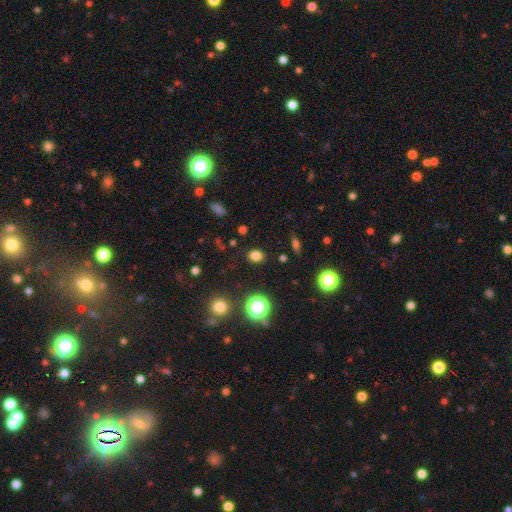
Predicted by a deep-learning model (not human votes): Smooth or featured: smooth — 77% (star or artifact — 17%)
How rounded: in between — 52% (round — 47%)
Merging: none — 86% (minor disturbance — 9%)